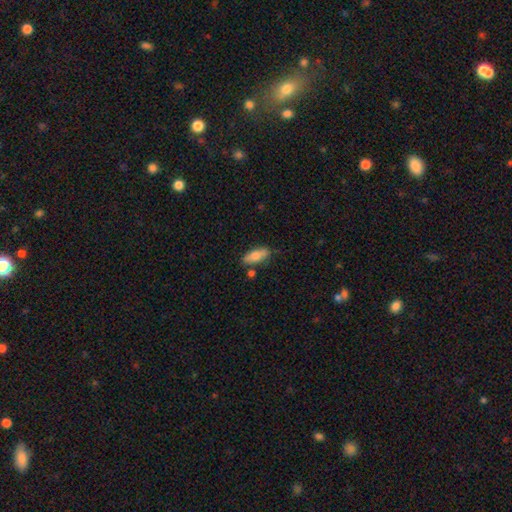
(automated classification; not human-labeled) A smooth galaxy with no disk features (76%) that is in between round and cigar-shaped (71%). Merging: none (75%).